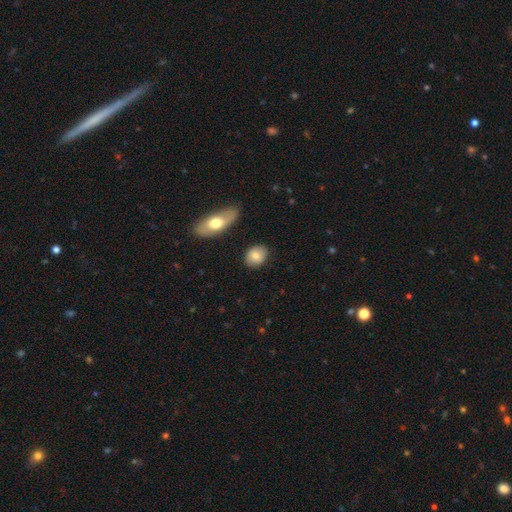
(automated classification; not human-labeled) A smooth galaxy with no disk features (77%) that is in between round and cigar-shaped (53%). Merging: none (85%).